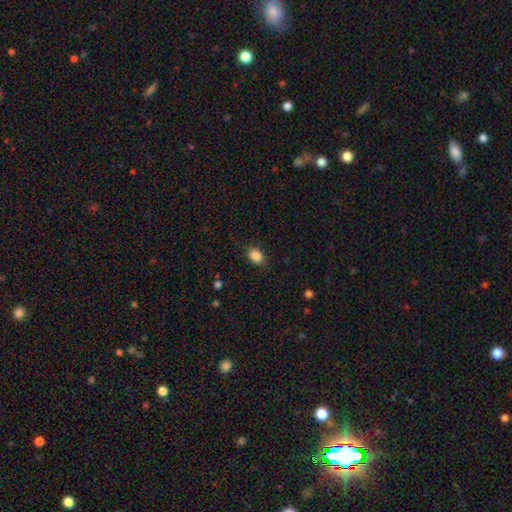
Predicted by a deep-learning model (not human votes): This appears to be a smooth galaxy with no disk features (86%) that is in between round and cigar-shaped (65%). Merging: none (84%).